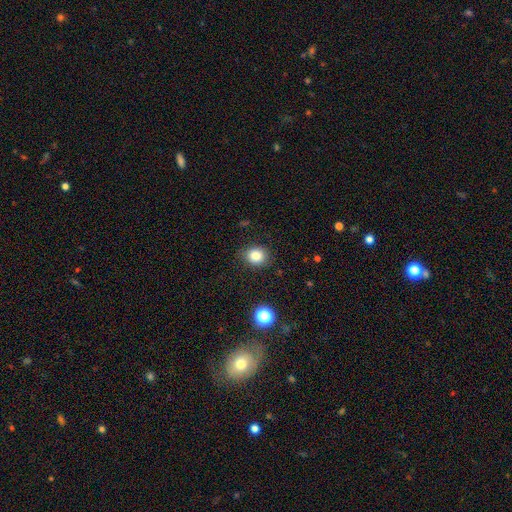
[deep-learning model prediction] A smooth galaxy with no disk features (84%) that is round (69%).

Vote fractions:
- Smooth or featured? smooth: 84% / star or artifact: 11% / featured or disk: 5%
- How rounded? round: 69% / in between: 30% / cigar-shaped: 1%
- Merging? none: 83% / minor disturbance: 12% / major disturbance: 3% / merger: 2%